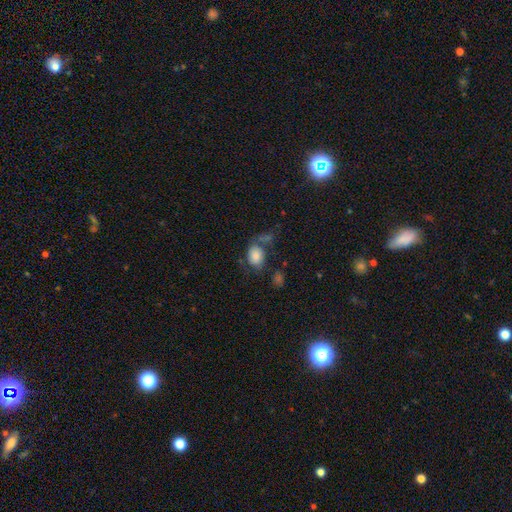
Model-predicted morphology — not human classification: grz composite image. It shows a smooth galaxy with no disk features (83%) that is in between round and cigar-shaped (70%). Merging: none (46%).